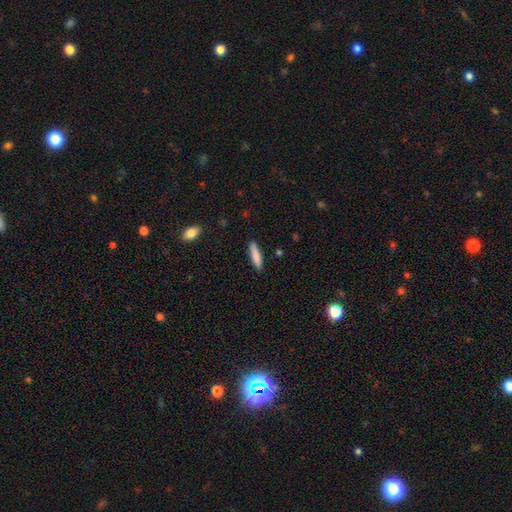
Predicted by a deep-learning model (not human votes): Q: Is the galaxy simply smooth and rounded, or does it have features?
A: smooth — 84%.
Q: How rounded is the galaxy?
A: cigar-shaped — 84%.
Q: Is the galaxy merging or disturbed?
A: none — 90%.